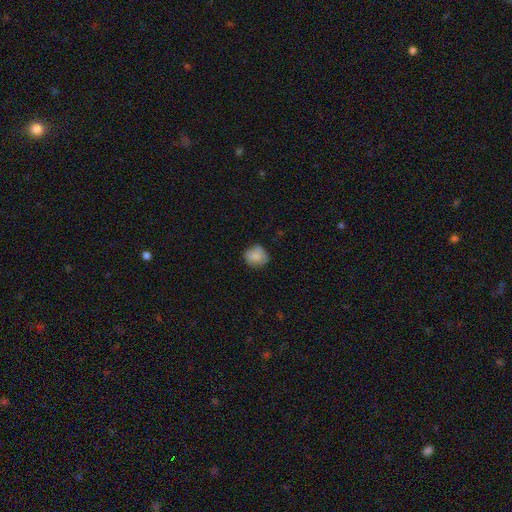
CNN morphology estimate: Smooth or featured?
  - smooth: 82% *
  - featured or disk: 10%
  - star or artifact: 8%
How rounded?
  - round: 71% *
  - in between: 28%
  - cigar-shaped: 1%
Merging?
  - none: 70% *
  - minor disturbance: 24%
  - major disturbance: 5%
  - merger: 2%